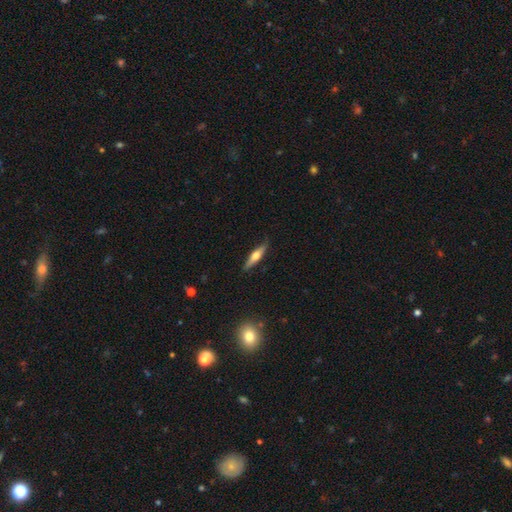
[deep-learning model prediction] smooth-or-featured: featured or disk: 57% | smooth: 37% | star or artifact: 6%
  disk-edge-on: yes: 95% | no: 5%
    edge-on-bulge: rounded: 91% | boxy: 5% | none: 4%
  merging: none: 87% | minor disturbance: 10% | major disturbance: 2% | merger: 1%